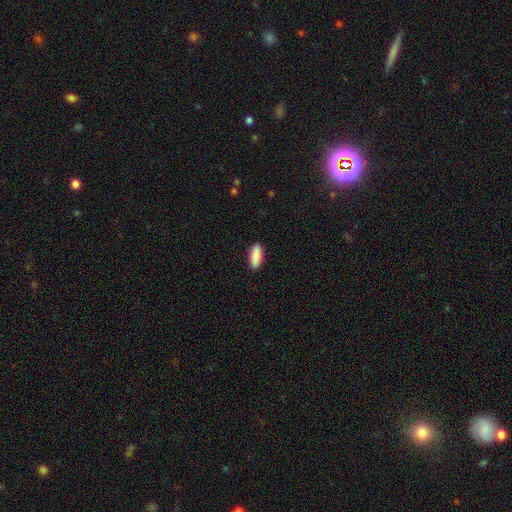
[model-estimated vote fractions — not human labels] Smooth or featured?
  - smooth: 91% *
  - star or artifact: 6%
  - featured or disk: 4%
How rounded?
  - in between: 71% *
  - cigar-shaped: 27%
  - round: 2%
Merging?
  - none: 90% *
  - minor disturbance: 7%
  - major disturbance: 2%
  - merger: 1%